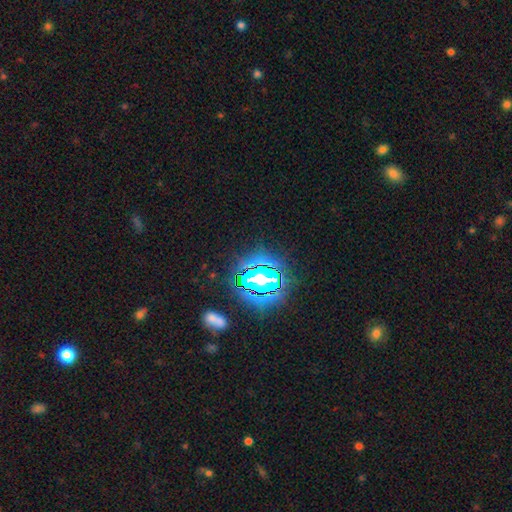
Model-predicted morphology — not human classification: smooth_or_featured: star or artifact (p=0.83) [alt: smooth p=0.10]